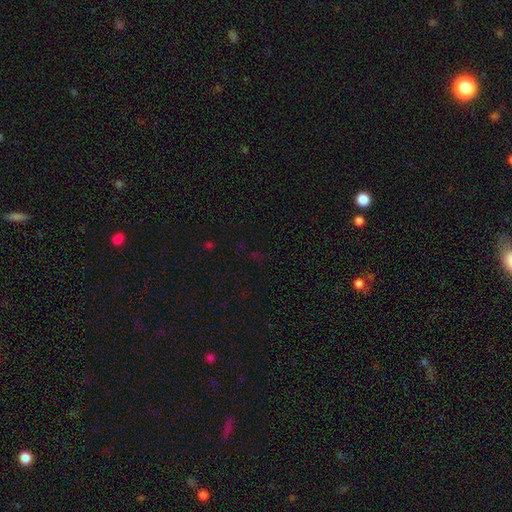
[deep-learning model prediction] The model was most divided on "smooth or featured": star or artifact: 68%, smooth: 24%, featured or disk: 8%.